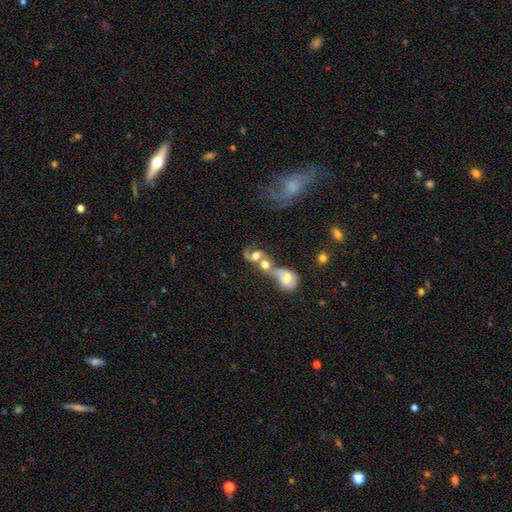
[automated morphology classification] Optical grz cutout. It shows a featured or disk galaxy (64%) with no bar (62%), 2 (81%) loose (52%) spiral arms (83%) and a moderate central bulge (52%). Merging: merger (73%).